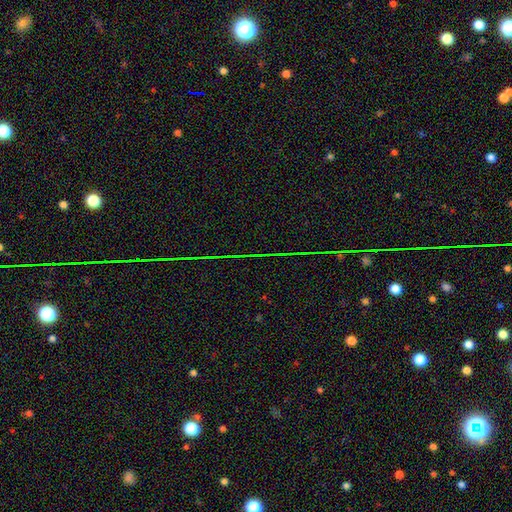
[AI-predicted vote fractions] Morphology: type=star or artifact (81%).